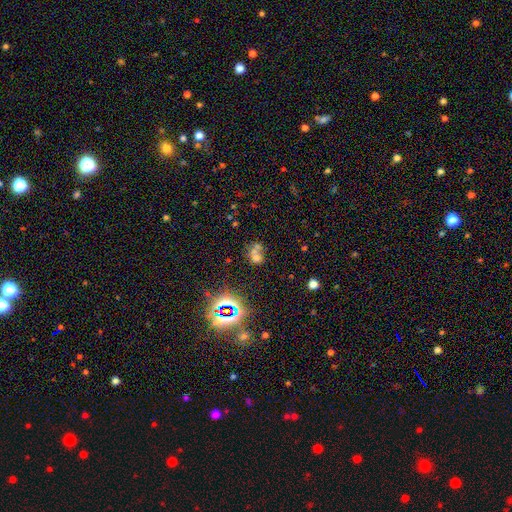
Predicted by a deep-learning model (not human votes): Smooth or featured? smooth (49%)
Merging? merger (52%)